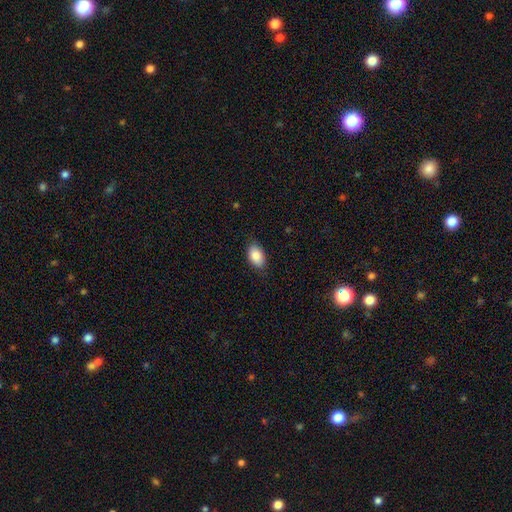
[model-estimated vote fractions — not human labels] smooth_or_featured: smooth (p=0.87) [alt: star or artifact p=0.07]
how_rounded: in between (p=0.90) [alt: round p=0.08]
merging: none (p=0.82) [alt: minor disturbance p=0.14]